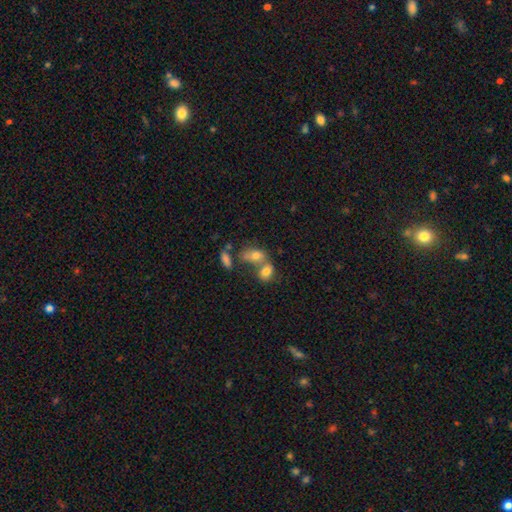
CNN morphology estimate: Q: Smooth or featured?
A: smooth (73%); runner-up: featured or disk (16%)
Q: How rounded?
A: in between (75%); runner-up: round (21%)
Q: Merging?
A: merger (61%); runner-up: none (25%)